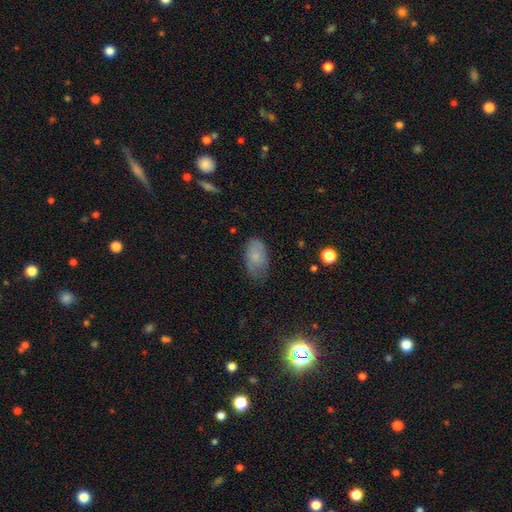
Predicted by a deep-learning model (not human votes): smooth_or_featured: smooth (p=0.71) [alt: featured or disk p=0.20]
how_rounded: in between (p=0.92) [alt: round p=0.06]
merging: none (p=0.59) [alt: minor disturbance p=0.30]